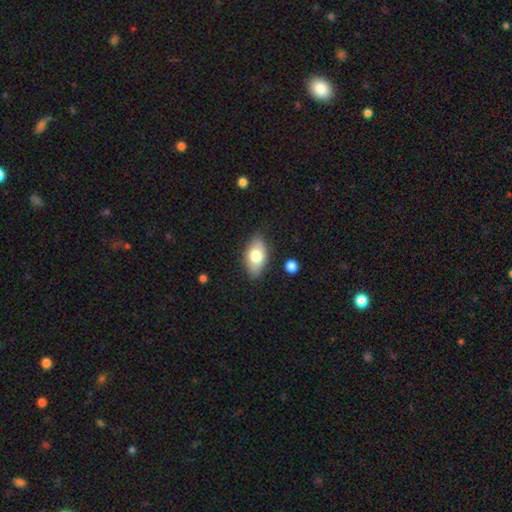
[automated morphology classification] Smooth or featured?
  - smooth: 72% *
  - featured or disk: 22%
  - star or artifact: 7%
How rounded?
  - in between: 91% *
  - round: 6%
  - cigar-shaped: 3%
Merging?
  - none: 81% *
  - minor disturbance: 14%
  - major disturbance: 3%
  - merger: 2%